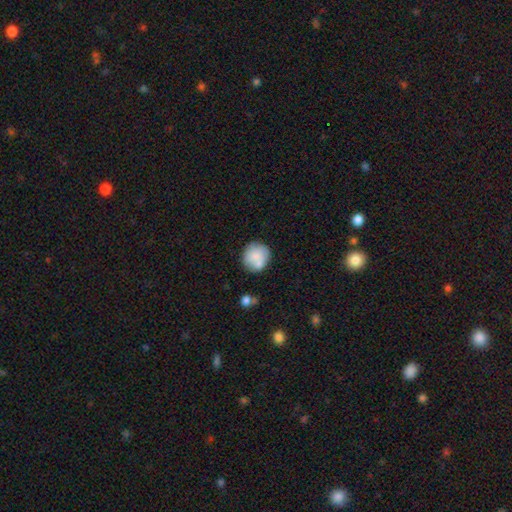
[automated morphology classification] This appears to be a smooth galaxy with no disk features (78%) that is round (86%). Merging: none (65%).